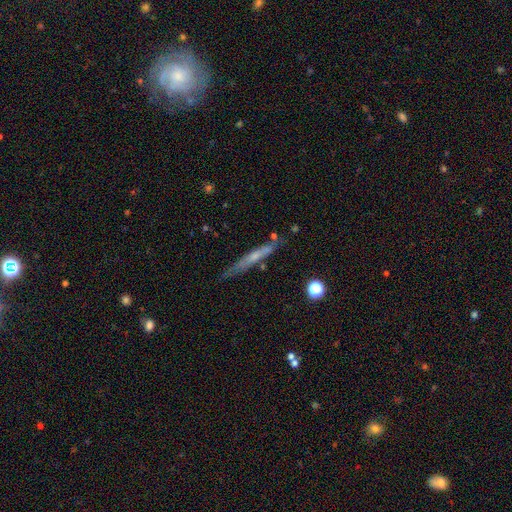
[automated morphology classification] Smooth or featured? Predicted: featured or disk (p=0.54). Edge-on disk? Predicted: yes (p=0.90). Merging? Predicted: none (p=0.75).